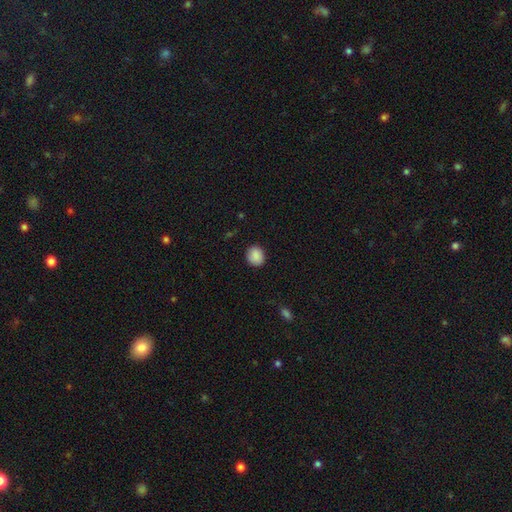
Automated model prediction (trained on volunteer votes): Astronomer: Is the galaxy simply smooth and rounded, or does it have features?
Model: smooth — 89%.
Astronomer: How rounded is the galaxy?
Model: round — 73%.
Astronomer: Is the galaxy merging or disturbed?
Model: none — 88%.